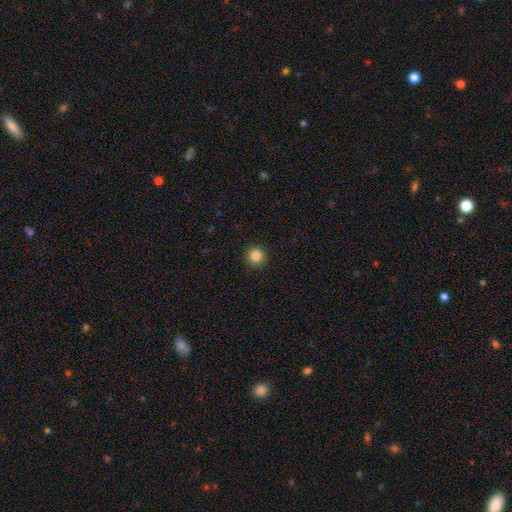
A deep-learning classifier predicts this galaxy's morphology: Smooth or featured? Predicted: smooth (p=0.86). How rounded? Predicted: round (p=0.94). Merging? Predicted: none (p=0.92).